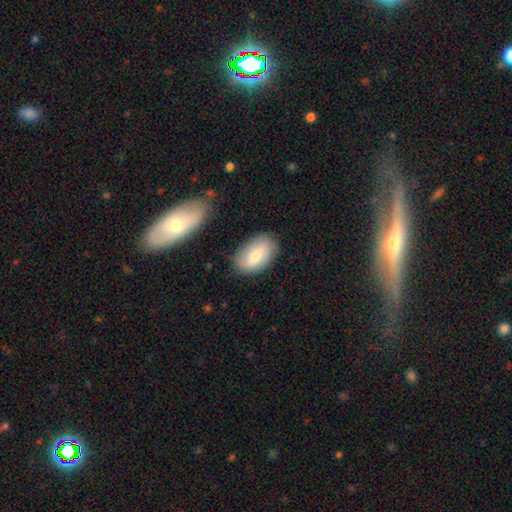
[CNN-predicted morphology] smooth-or-featured: smooth: 67% | featured or disk: 26% | star or artifact: 7%
  how-rounded: in between: 91% | round: 7% | cigar-shaped: 2%
  merging: none: 78% | minor disturbance: 15% | major disturbance: 4% | merger: 3%